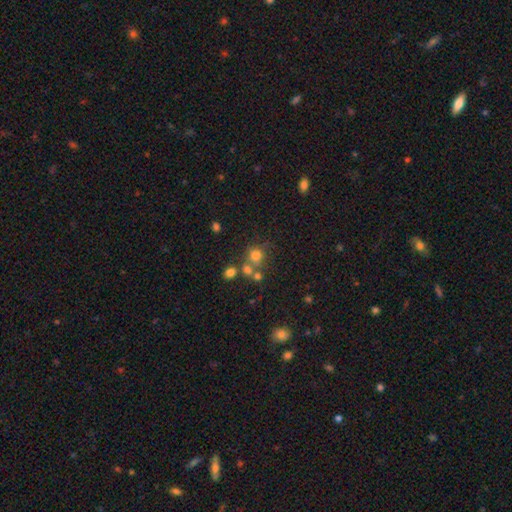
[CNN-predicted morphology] This is likely a smooth galaxy (70%). How rounded: clearly round (83%). Merging: possibly none (55%).